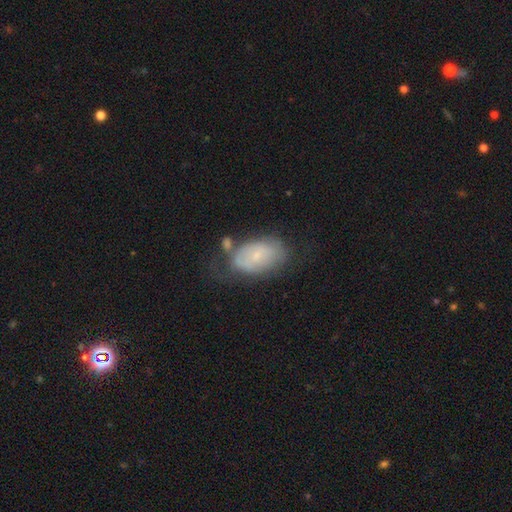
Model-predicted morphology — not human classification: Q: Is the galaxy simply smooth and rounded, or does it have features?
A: smooth — 53%.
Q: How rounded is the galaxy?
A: in between — 91%.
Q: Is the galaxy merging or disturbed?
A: none — 44%.